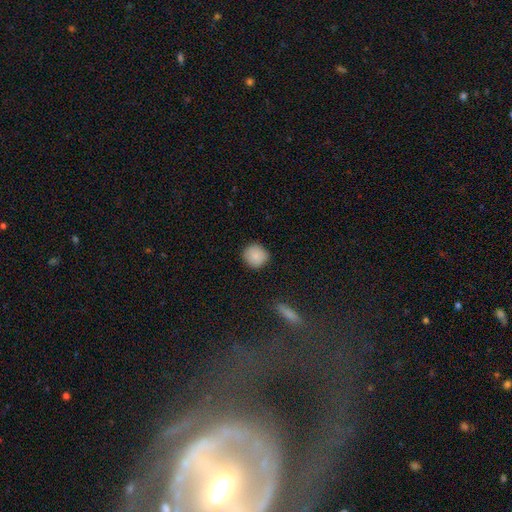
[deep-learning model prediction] A smooth galaxy with no disk features (87%) that is round (92%). Merging: none (87%).